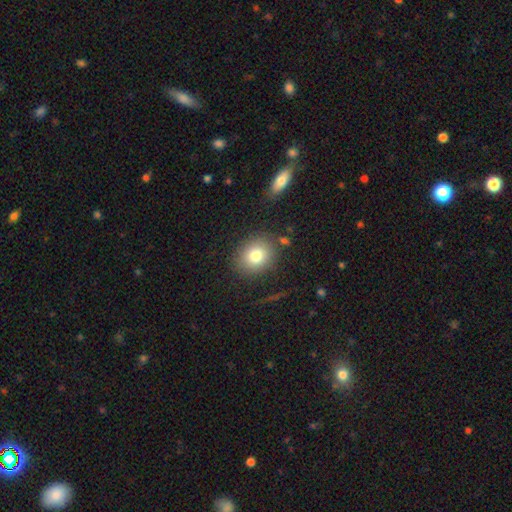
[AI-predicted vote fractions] A smooth galaxy with no disk features (80%) that is round (68%).

Vote fractions:
- Smooth or featured? smooth: 80% / featured or disk: 10% / star or artifact: 10%
- How rounded? round: 68% / in between: 31% / cigar-shaped: 1%
- Merging? none: 82% / minor disturbance: 11% / major disturbance: 4% / merger: 3%